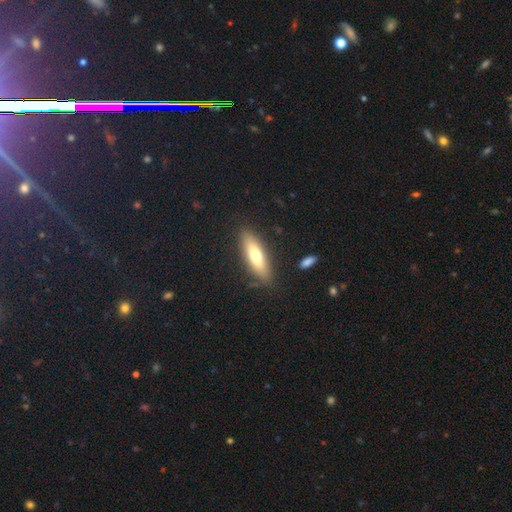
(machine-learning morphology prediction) Q: Smooth or featured?
A: smooth (65%); runner-up: featured or disk (28%)
Q: How rounded?
A: cigar-shaped (56%); runner-up: in between (42%)
Q: Merging?
A: none (83%); runner-up: minor disturbance (11%)